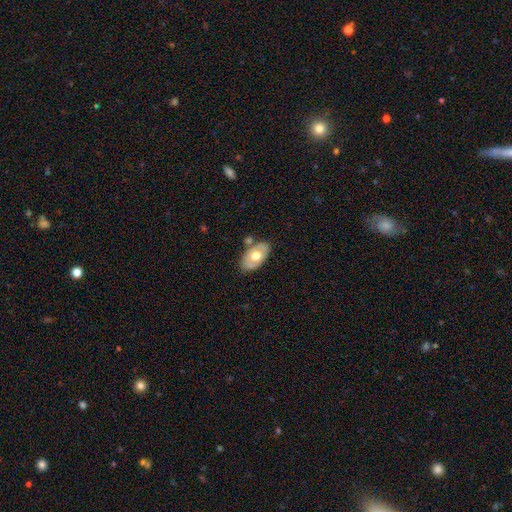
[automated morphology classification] smooth_or_featured: featured or disk (p=0.48) [alt: smooth p=0.47]
merging: none (p=0.72) [alt: minor disturbance p=0.15]